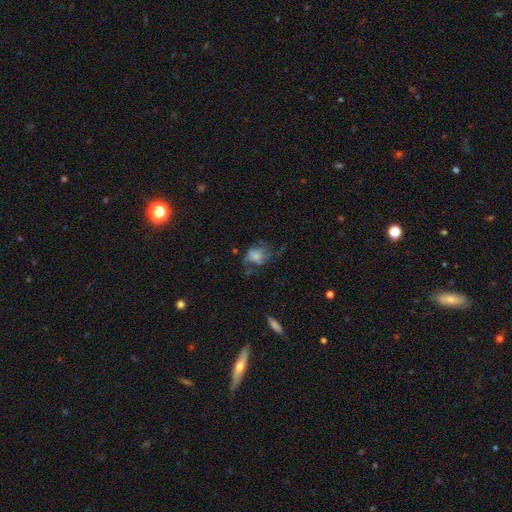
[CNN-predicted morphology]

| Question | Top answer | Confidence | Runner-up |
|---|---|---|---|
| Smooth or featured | smooth | 51% | featured or disk (38%) |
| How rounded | in between | 60% | round (38%) |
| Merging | none | 39% | major disturbance (34%) |